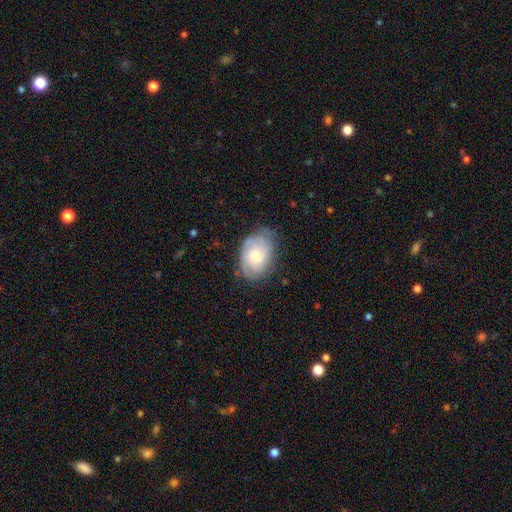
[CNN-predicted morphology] smooth_or_featured: featured or disk (p=0.59) [alt: smooth p=0.35]
disk_edge_on: no (p=0.97) [alt: yes p=0.03]
bar: no (p=0.77) [alt: weak p=0.20]
has_spiral_arms: yes (p=0.86) [alt: no p=0.14]
bulge_size: moderate (p=0.46) [alt: small p=0.45]
merging: none (p=0.67) [alt: minor disturbance p=0.24]